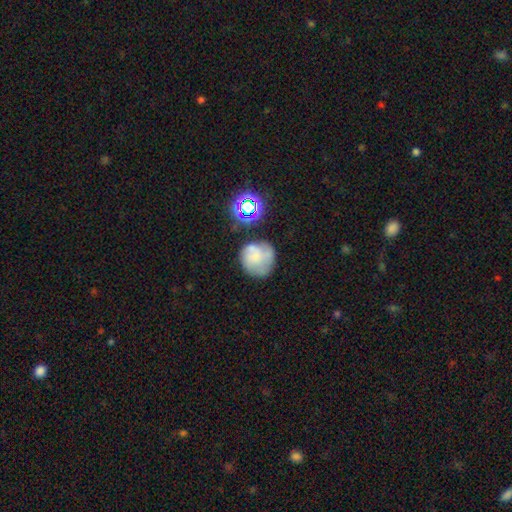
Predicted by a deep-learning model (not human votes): A smooth galaxy with no disk features (55%) that is round (85%).

Vote fractions:
- Smooth or featured? smooth: 55% / featured or disk: 32% / star or artifact: 13%
- How rounded? round: 85% / in between: 14% / cigar-shaped: 1%
- Merging? none: 51% / minor disturbance: 24% / major disturbance: 15% / merger: 10%